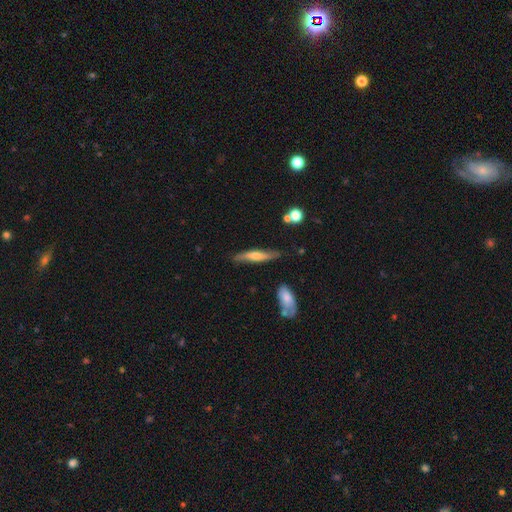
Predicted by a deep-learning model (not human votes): Smooth or featured?
  - featured or disk: 52% *
  - smooth: 42%
  - star or artifact: 7%
Edge-on disk?
  - yes: 81% *
  - no: 19%
Merging?
  - none: 77% *
  - minor disturbance: 17%
  - major disturbance: 3%
  - merger: 3%